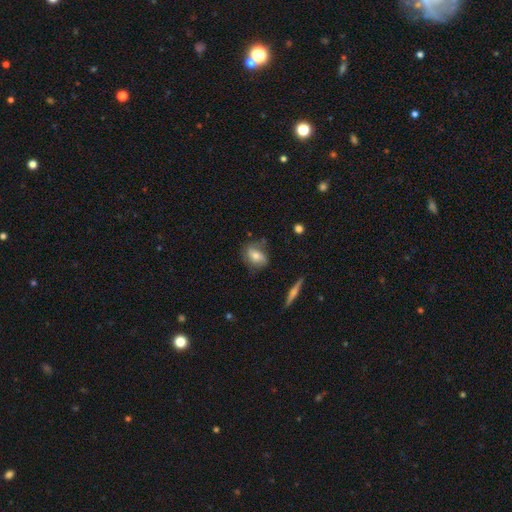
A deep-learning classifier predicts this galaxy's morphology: Overall: smooth (56%; featured or disk 35%). How rounded: in between (74%). Merging: none (60%; minor disturbance 27%).